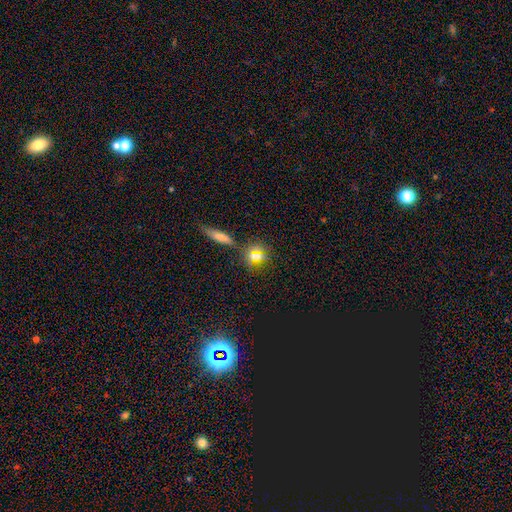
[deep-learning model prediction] Q: Smooth or featured?
A: smooth (56%); runner-up: star or artifact (32%)
Q: How rounded?
A: round (70%); runner-up: in between (23%)
Q: Merging?
A: none (79%); runner-up: minor disturbance (10%)